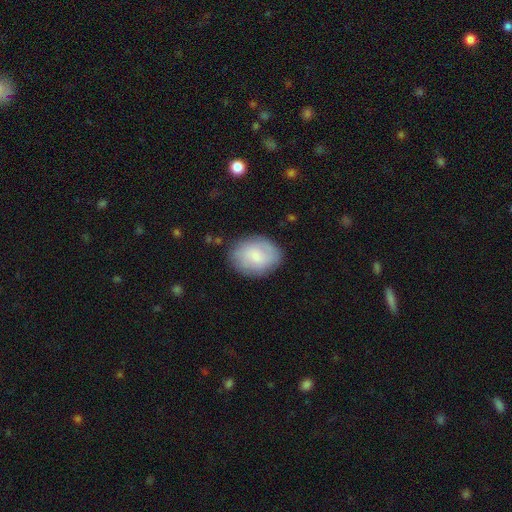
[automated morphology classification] This is likely a smooth galaxy (67%). How rounded: likely in between (65%). Merging: clearly none (81%).